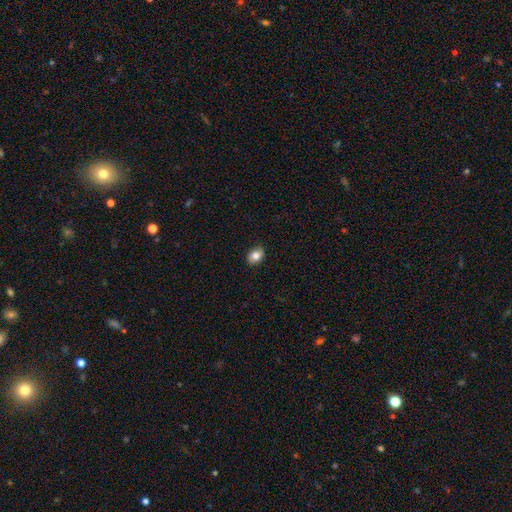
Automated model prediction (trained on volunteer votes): Smooth or featured: smooth — 80% (featured or disk — 11%)
How rounded: in between — 71% (round — 28%)
Merging: none — 86% (minor disturbance — 11%)